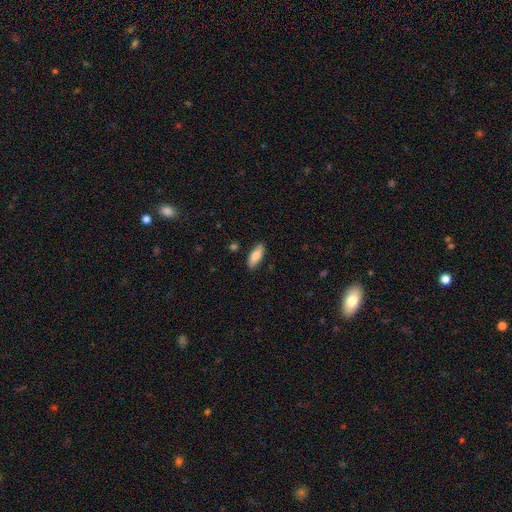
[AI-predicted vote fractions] smooth-or-featured: smooth: 82% | featured or disk: 12% | star or artifact: 6%
  how-rounded: in between: 70% | cigar-shaped: 28% | round: 2%
  merging: none: 87% | minor disturbance: 10% | major disturbance: 2% | merger: 2%